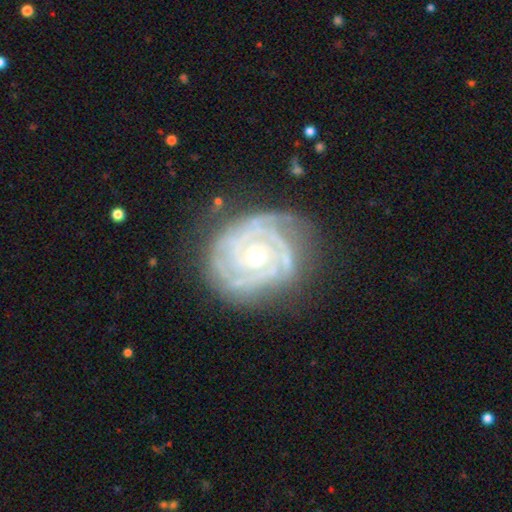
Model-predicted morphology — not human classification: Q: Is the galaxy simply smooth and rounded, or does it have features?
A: featured or disk — 89%.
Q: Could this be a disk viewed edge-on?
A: no — 97%.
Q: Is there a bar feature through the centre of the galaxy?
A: no — 79%.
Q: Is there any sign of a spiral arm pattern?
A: yes — 97%.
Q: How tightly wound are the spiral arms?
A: tight — 80%.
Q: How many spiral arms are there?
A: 3 — 29%.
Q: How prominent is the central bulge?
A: moderate — 51%.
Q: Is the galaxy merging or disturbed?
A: none — 70%.